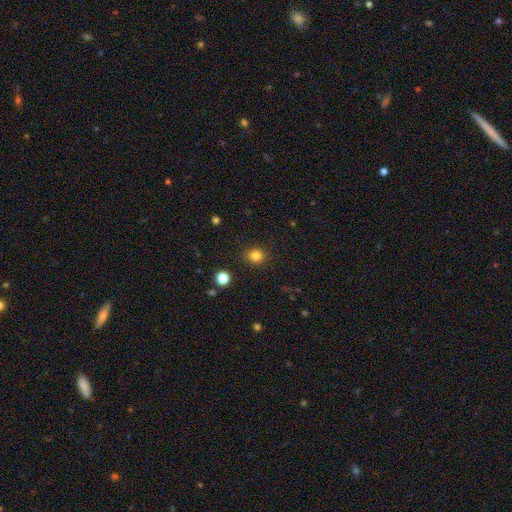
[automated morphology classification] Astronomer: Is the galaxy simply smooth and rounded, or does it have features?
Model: smooth — 82%.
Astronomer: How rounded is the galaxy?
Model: round — 85%.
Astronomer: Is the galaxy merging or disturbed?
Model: none — 90%.